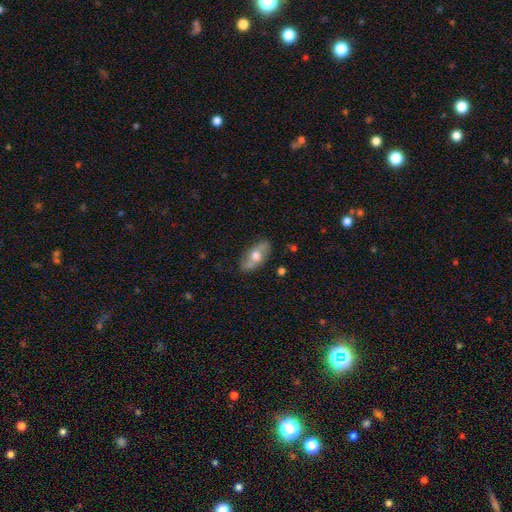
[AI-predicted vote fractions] Q: Smooth or featured?
A: smooth (52%); runner-up: featured or disk (41%)
Q: How rounded?
A: in between (84%); runner-up: cigar-shaped (11%)
Q: Merging?
A: none (81%); runner-up: minor disturbance (14%)